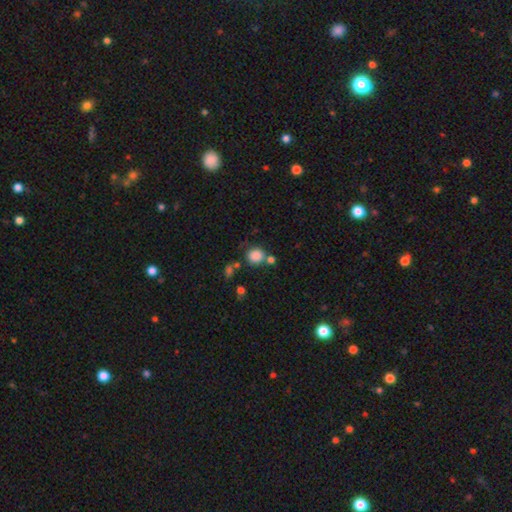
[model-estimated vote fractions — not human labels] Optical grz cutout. It shows a smooth galaxy with no disk features (84%) that is round (81%). Merging: none (63%).